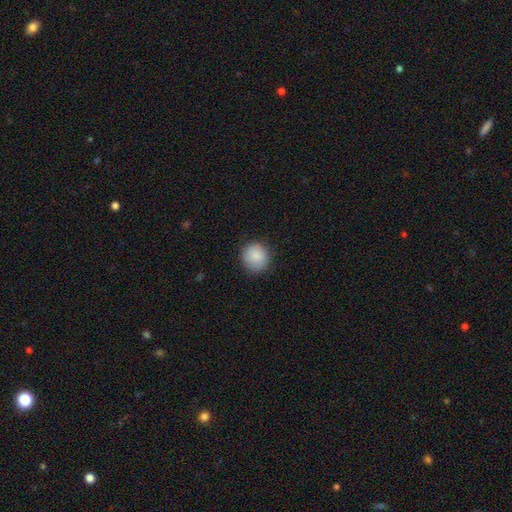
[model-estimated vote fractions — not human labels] The model was most divided on "merging": none: 87%, minor disturbance: 10%, major disturbance: 3%, merger: 1%. More confident: how rounded — round (91%); smooth or featured — smooth (88%).